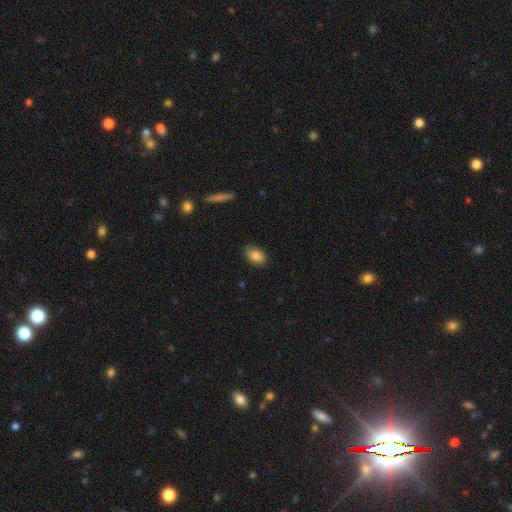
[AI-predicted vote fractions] A smooth galaxy with no disk features (86%) that is in between round and cigar-shaped (85%). Merging: none (79%).